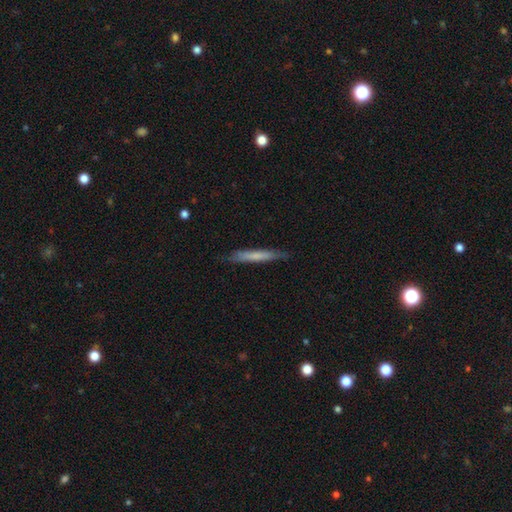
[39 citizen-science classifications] Smooth or featured?
  - smooth: 77% *
  - featured or disk: 21%
  - star or artifact: 3%
How rounded?
  - cigar-shaped: 100% *
  - round: 0%
  - in between: 0%
Merging?
  - none: 82% *
  - minor disturbance: 13%
  - major disturbance: 5%
  - merger: 0%